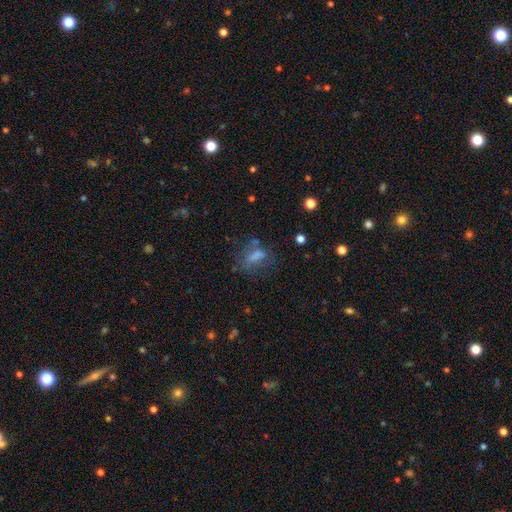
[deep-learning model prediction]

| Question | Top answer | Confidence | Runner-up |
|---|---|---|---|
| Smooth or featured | smooth | 58% | featured or disk (22%) |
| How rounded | in between | 65% | cigar-shaped (23%) |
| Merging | none | 59% | minor disturbance (20%) |